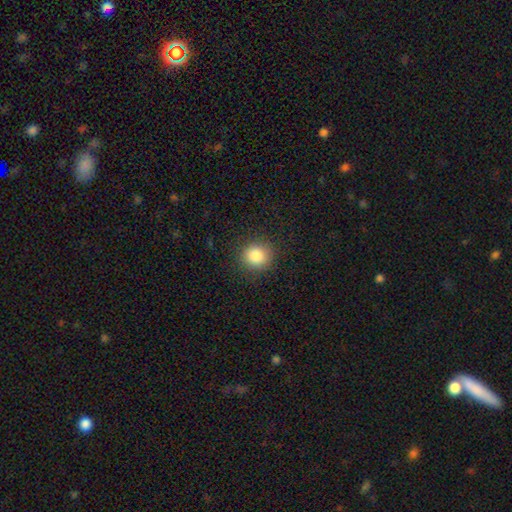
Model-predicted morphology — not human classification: This appears to be a smooth galaxy with no disk features (86%) that is round (88%). Merging: none (89%).